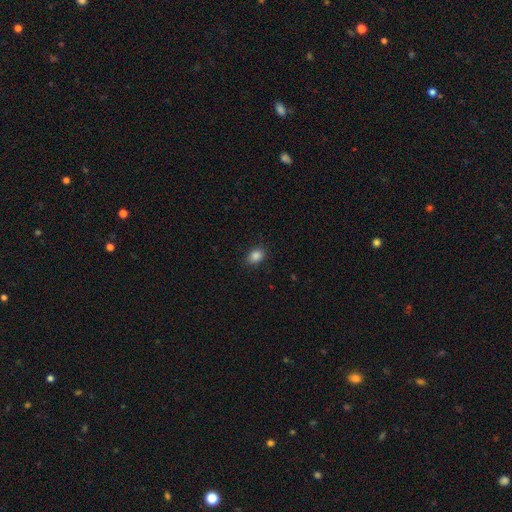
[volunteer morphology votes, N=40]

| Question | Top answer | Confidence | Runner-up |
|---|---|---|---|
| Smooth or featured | smooth | 82% | star or artifact (12%) |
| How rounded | in between | 76% | round (24%) |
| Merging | none | 77% | minor disturbance (17%) |